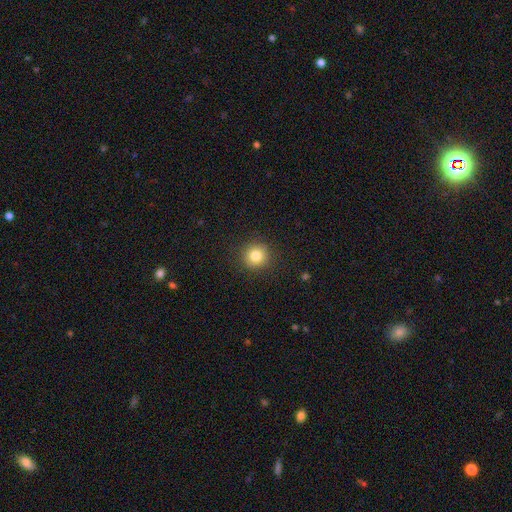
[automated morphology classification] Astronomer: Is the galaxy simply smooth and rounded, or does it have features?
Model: smooth — 83%.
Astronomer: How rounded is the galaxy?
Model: round — 93%.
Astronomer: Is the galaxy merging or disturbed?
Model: none — 91%.